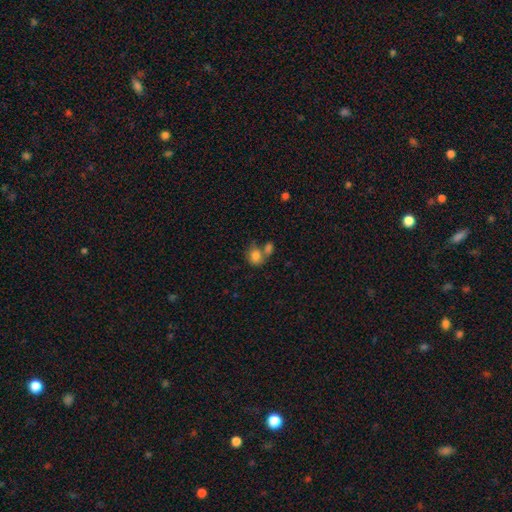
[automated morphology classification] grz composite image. It shows a smooth galaxy with no disk features (81%) that is round (57%). Merging: merger (42%).